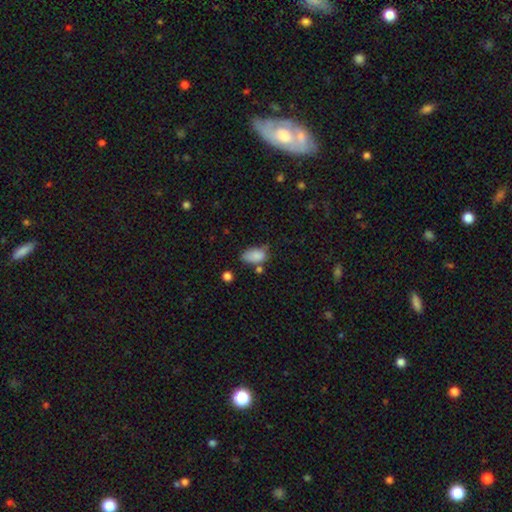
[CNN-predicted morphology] The model was most divided on "merging": none: 47%, minor disturbance: 34%, major disturbance: 10%, merger: 9%. More confident: how rounded — in between (90%); smooth or featured — smooth (84%).